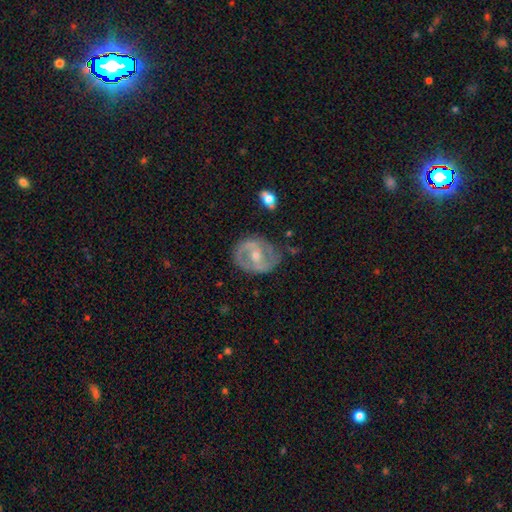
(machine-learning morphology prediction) This is clearly a featured or disk galaxy (82%). It is clearly not viewed edge-on (96%). Bar: marginally weak (40%). Spiral arm pattern: clearly yes (86%). Spiral arm count: clearly 2 (83%). Spiral winding: possibly medium (46%). Central bulge: possibly small (51%). Merging: likely none (71%).